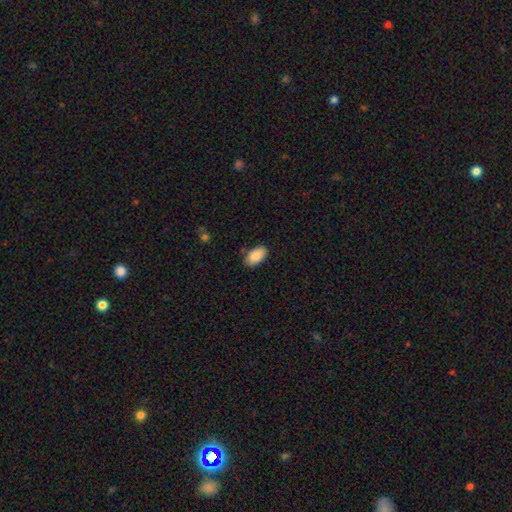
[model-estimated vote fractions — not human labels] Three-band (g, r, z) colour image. It shows a smooth galaxy with no disk features (87%) that is in between round and cigar-shaped (94%). Merging: none (82%).